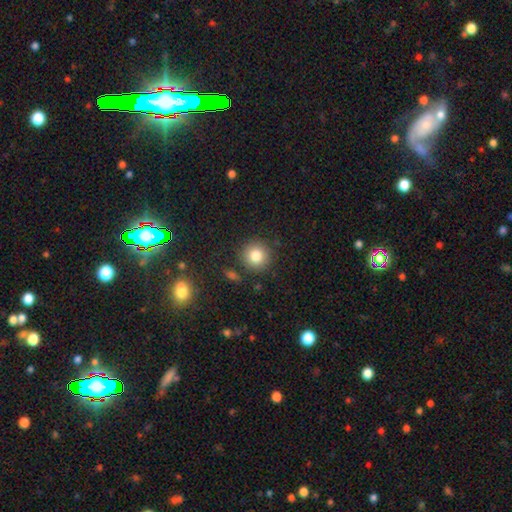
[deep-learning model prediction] This is clearly a smooth galaxy (82%). How rounded: clearly round (93%). Merging: clearly none (86%).